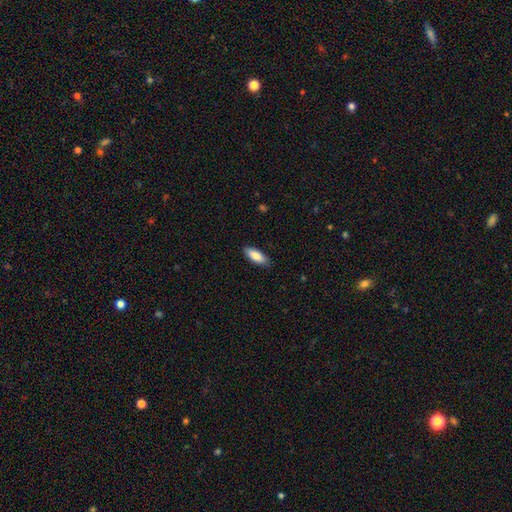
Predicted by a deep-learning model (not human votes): smooth_or_featured: smooth (p=0.86) [alt: featured or disk p=0.09]
how_rounded: in between (p=0.73) [alt: cigar-shaped p=0.25]
merging: none (p=0.88) [alt: minor disturbance p=0.09]